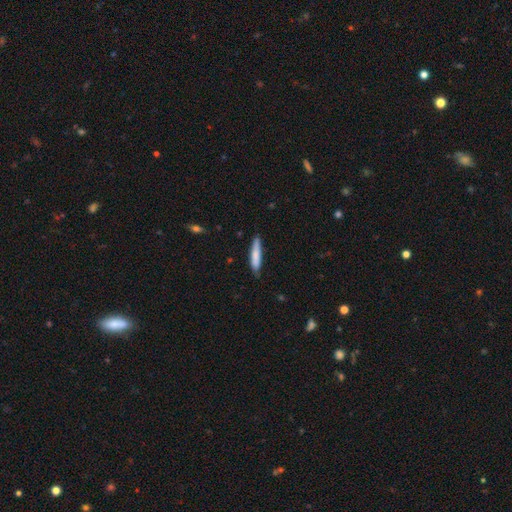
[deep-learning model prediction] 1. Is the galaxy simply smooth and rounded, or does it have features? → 77% smooth, 18% featured or disk, 5% star or artifact.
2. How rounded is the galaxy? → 87% cigar-shaped, 12% in between, 1% round.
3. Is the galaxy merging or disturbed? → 78% none, 18% minor disturbance, 2% major disturbance, 1% merger.